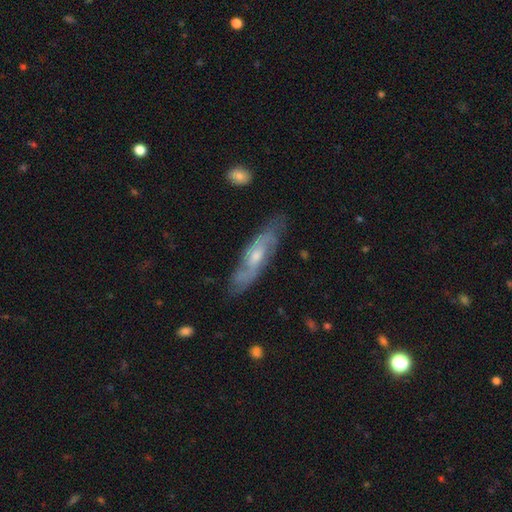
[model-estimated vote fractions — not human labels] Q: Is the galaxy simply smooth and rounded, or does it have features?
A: featured or disk — 71%.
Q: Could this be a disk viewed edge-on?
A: no — 70%.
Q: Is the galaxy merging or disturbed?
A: none — 76%.